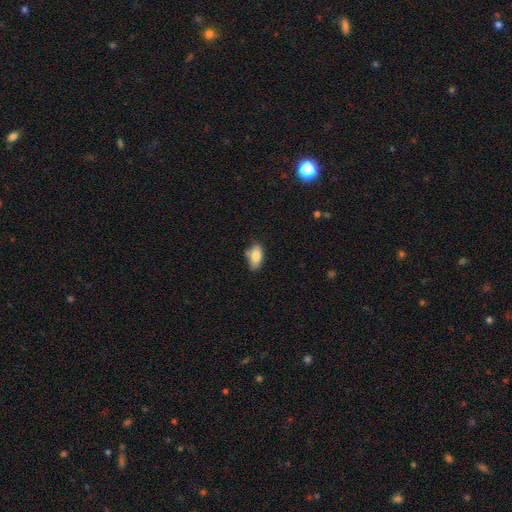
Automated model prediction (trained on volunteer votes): This appears to be a smooth galaxy with no disk features (81%) that is in between round and cigar-shaped (91%). Merging: none (63%).